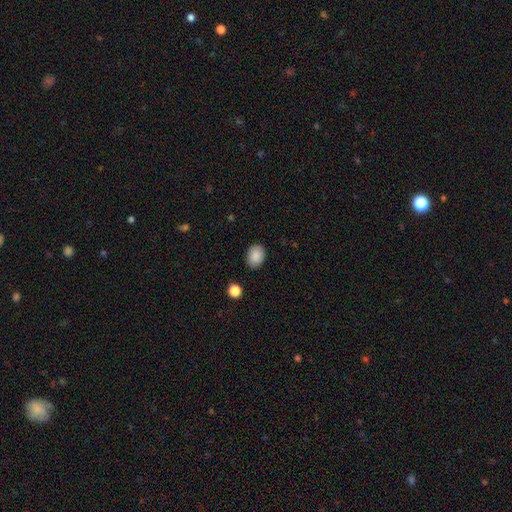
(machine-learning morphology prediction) smooth 89%, star or artifact 8%, featured or disk 4%. Down the decision tree: how rounded — in between (69%); merging — none (87%).